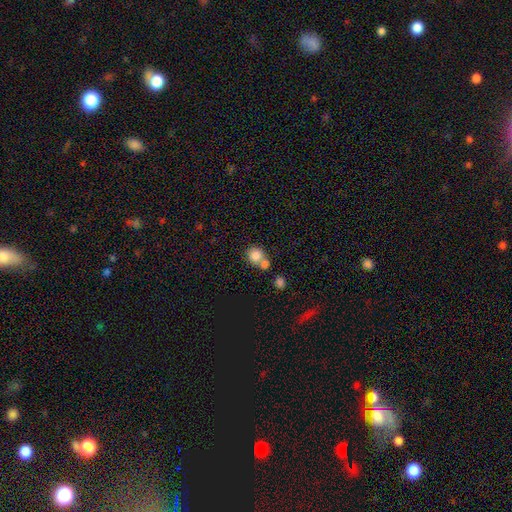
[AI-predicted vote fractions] This is clearly a smooth galaxy (82%). How rounded: clearly round (83%). Merging: possibly merger (46%).